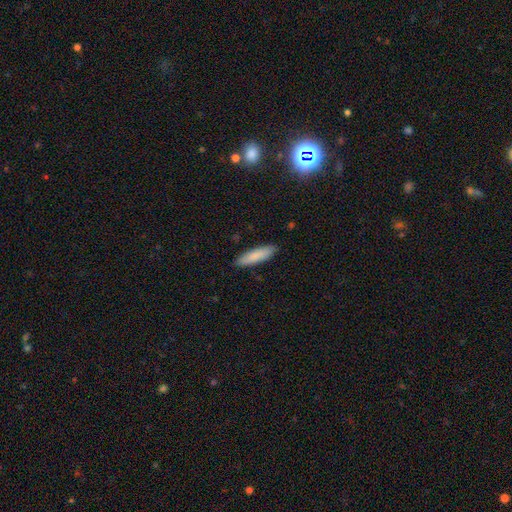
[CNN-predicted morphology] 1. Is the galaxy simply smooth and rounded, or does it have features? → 86% smooth, 8% featured or disk, 6% star or artifact.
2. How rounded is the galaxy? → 71% cigar-shaped, 28% in between, 1% round.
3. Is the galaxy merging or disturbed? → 89% none, 8% minor disturbance, 2% major disturbance, 1% merger.